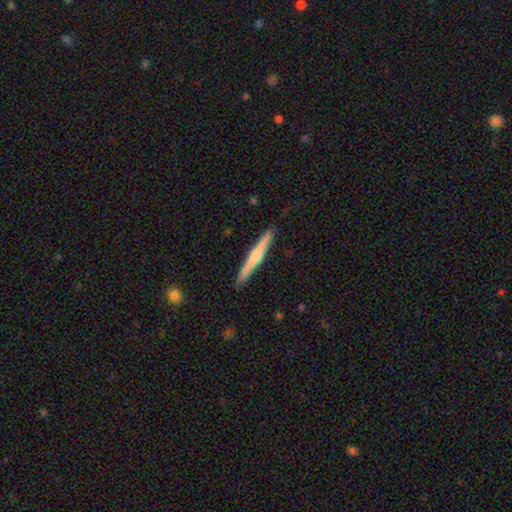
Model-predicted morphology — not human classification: featured or disk 56%, smooth 39%, star or artifact 5%. Down the decision tree: edge-on disk — yes (98%); edge-on bulge — rounded (67%); merging — none (91%).